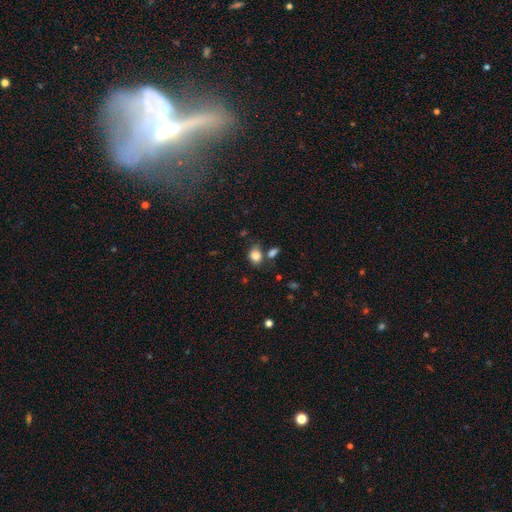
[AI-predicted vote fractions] Smooth or featured: smooth — 83% (star or artifact — 10%)
How rounded: in between — 60% (round — 39%)
Merging: none — 61% (minor disturbance — 17%)